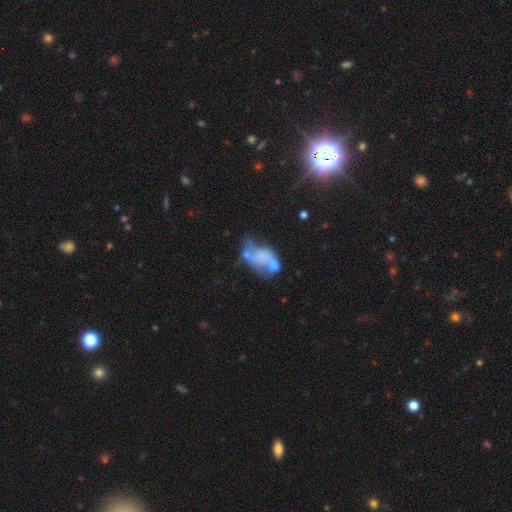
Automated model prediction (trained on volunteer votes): Morphology: type=featured or disk (51%); edge-on=no (98%); bar=no (88%); spiral arms=no (79%); bulge=none (72%); merging=merger (36%).